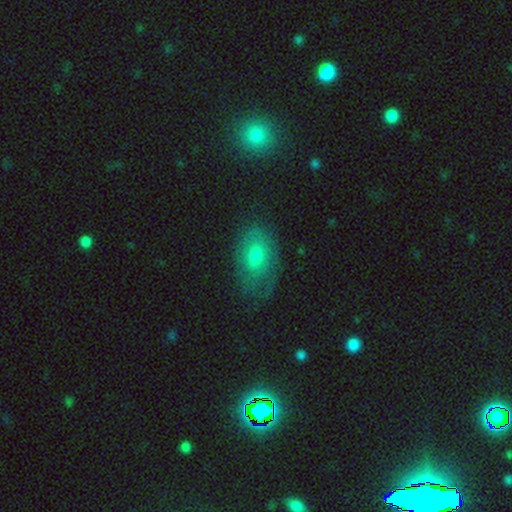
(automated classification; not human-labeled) smooth_or_featured: smooth (p=0.63) [alt: featured or disk p=0.27]
how_rounded: in between (p=0.89) [alt: round p=0.09]
merging: none (p=0.63) [alt: minor disturbance p=0.25]